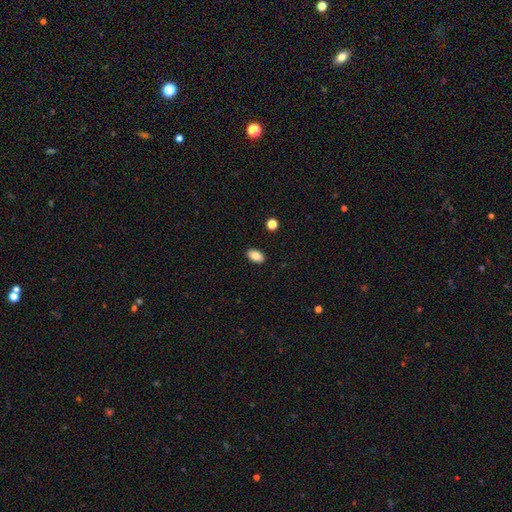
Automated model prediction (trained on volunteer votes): smooth_or_featured: smooth (p=0.83) [alt: featured or disk p=0.09]
how_rounded: in between (p=0.91) [alt: round p=0.07]
merging: none (p=0.89) [alt: minor disturbance p=0.08]